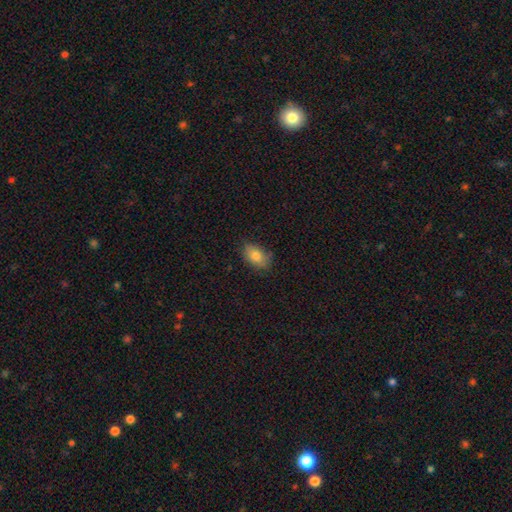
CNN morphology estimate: The model was most divided on "merging": none: 77%, minor disturbance: 19%, major disturbance: 3%, merger: 1%. More confident: how rounded — in between (88%); smooth or featured — smooth (82%).